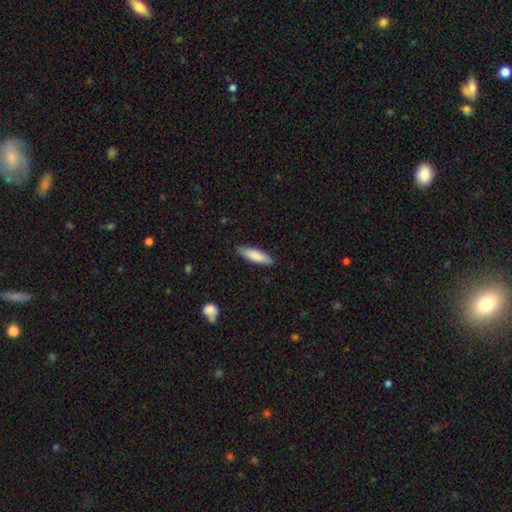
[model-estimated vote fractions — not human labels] A smooth galaxy with no disk features (83%) that is cigar-shaped (61%).

Vote fractions:
- Smooth or featured? smooth: 83% / featured or disk: 12% / star or artifact: 5%
- How rounded? cigar-shaped: 61% / in between: 37% / round: 1%
- Merging? none: 85% / minor disturbance: 12% / major disturbance: 2% / merger: 1%